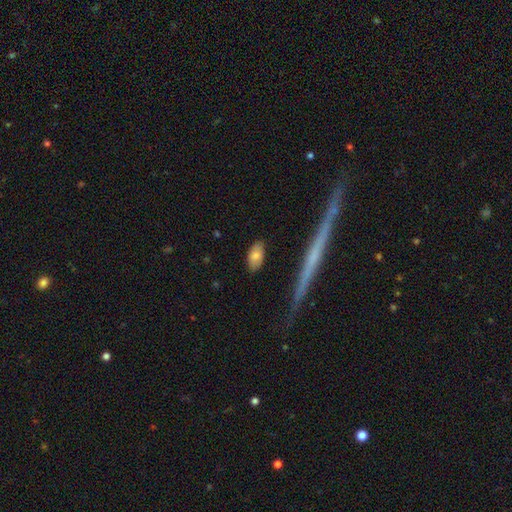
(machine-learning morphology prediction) Overall: smooth (79%). How rounded: in between (91%). Merging: none (82%).